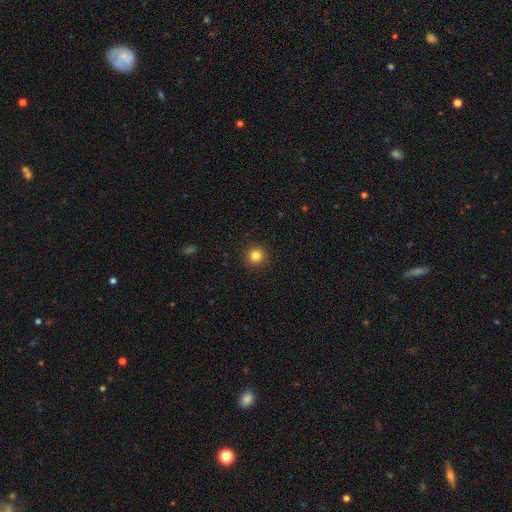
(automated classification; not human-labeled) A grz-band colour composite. It shows a smooth galaxy with no disk features (83%) that is round (95%). Merging: none (93%).